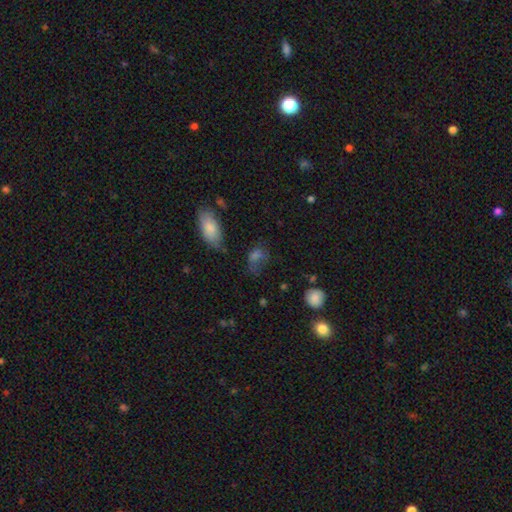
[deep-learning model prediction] Morphology: type=smooth (61%); roundness=in between (68%); merging=none (49%).